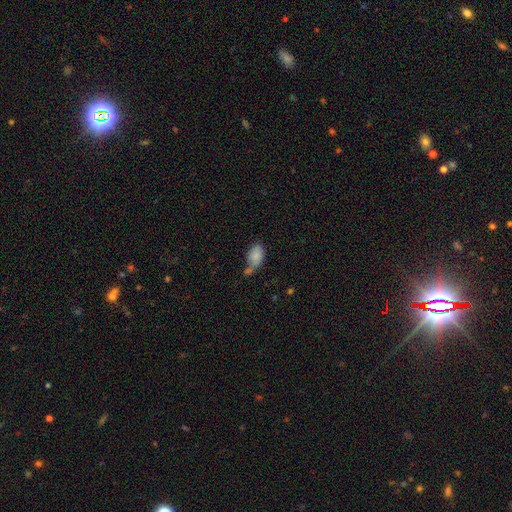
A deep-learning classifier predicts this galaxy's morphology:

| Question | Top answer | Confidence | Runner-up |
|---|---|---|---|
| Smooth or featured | smooth | 82% | featured or disk (10%) |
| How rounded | in between | 88% | round (10%) |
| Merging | none | 34% | merger (33%) |